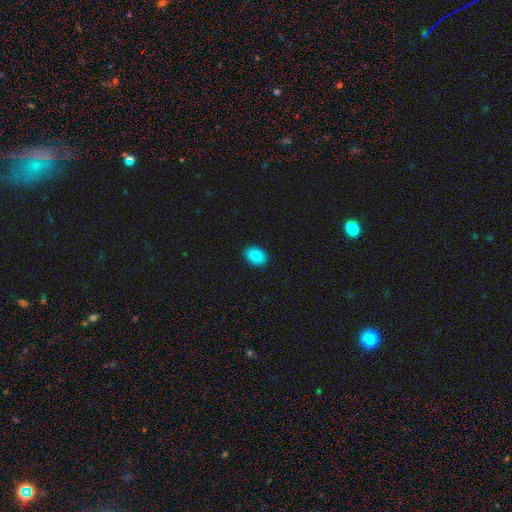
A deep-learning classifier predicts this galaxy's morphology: This is clearly a smooth galaxy (89%). How rounded: likely in between (77%). Merging: clearly none (89%).